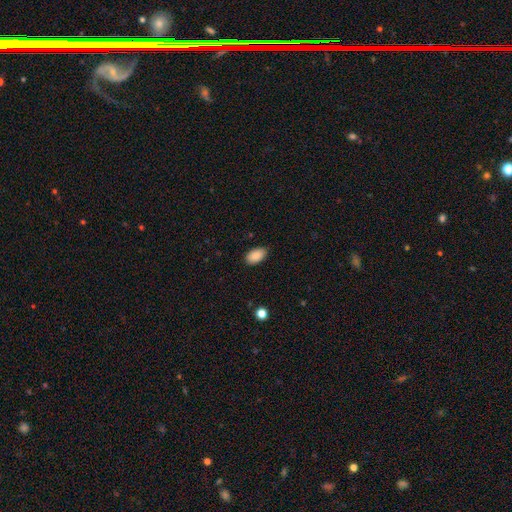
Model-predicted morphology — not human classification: A smooth galaxy with no disk features (88%) that is in between round and cigar-shaped (94%). Merging: none (84%).